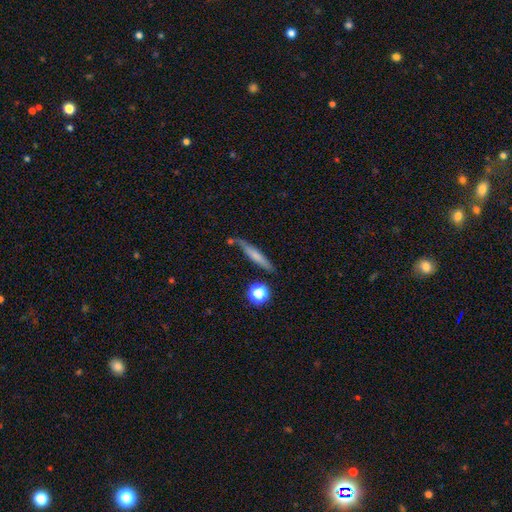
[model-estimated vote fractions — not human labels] This appears to be a smooth galaxy with no disk features (61%) that is cigar-shaped (88%). Merging: none (72%).